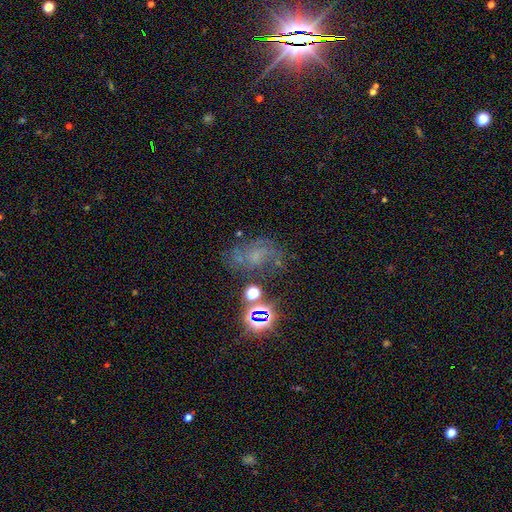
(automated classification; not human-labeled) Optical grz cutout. It shows a featured or disk galaxy (45%). Merging: none (53%).